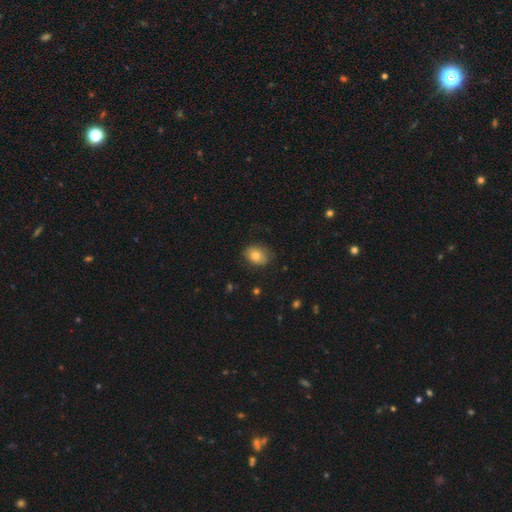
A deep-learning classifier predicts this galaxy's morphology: smooth 78%, featured or disk 13%, star or artifact 9%. Down the decision tree: how rounded — in between (70%); merging — none (79%).